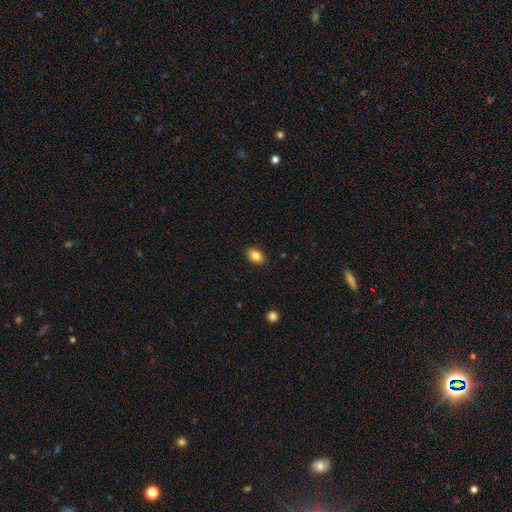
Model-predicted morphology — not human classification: A smooth galaxy with no disk features (84%) that is in between round and cigar-shaped (77%). Merging: none (89%).